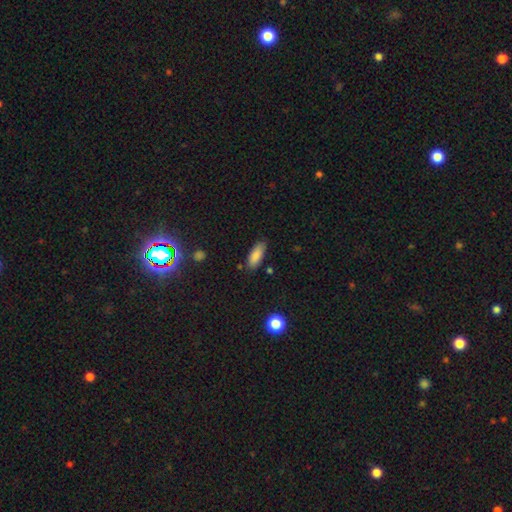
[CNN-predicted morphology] smooth-or-featured: smooth: 86% | star or artifact: 8% | featured or disk: 6%
  how-rounded: in between: 75% | cigar-shaped: 23% | round: 2%
  merging: none: 80% | minor disturbance: 15% | major disturbance: 3% | merger: 2%